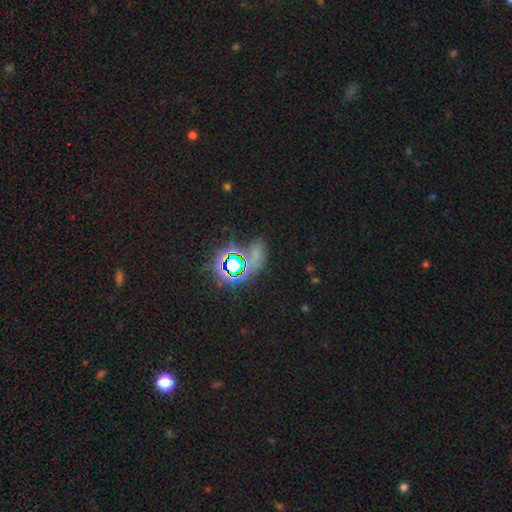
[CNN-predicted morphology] smooth-or-featured: star or artifact: 59% | smooth: 30% | featured or disk: 11%